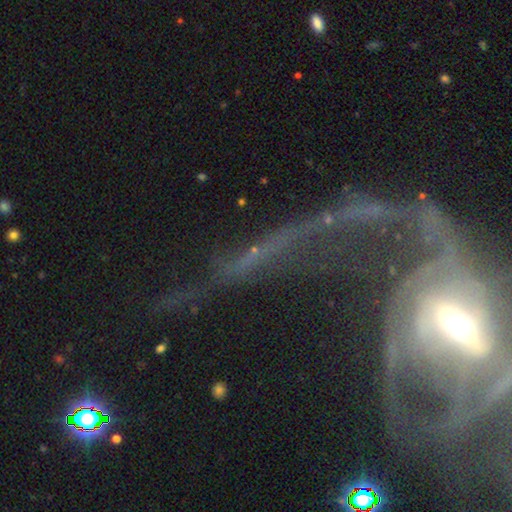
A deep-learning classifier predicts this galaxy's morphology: Q: Smooth or featured?
A: star or artifact (43%); runner-up: featured or disk (40%)